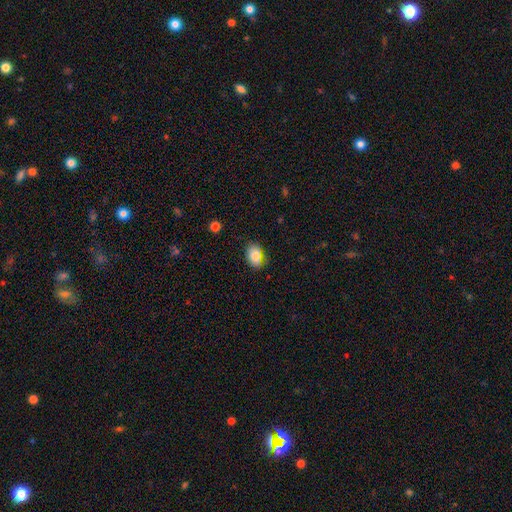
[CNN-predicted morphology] This is clearly a smooth galaxy (84%). How rounded: clearly in between (82%). Merging: likely none (76%).